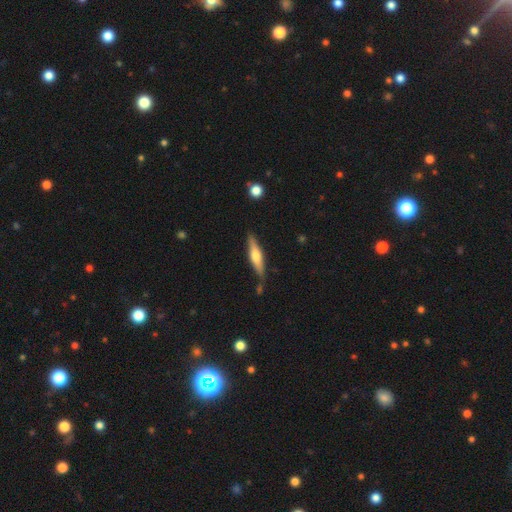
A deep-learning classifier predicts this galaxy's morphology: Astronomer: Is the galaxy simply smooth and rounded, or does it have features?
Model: featured or disk — 52% (runner-up: smooth, 42%).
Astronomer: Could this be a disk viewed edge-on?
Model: yes — 94%.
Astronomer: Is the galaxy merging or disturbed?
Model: none — 79%.